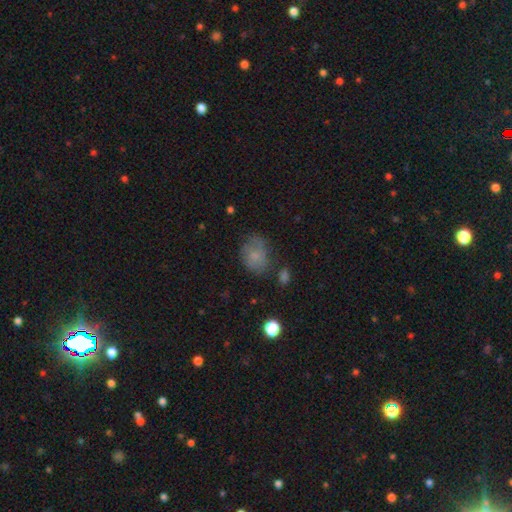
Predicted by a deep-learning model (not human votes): This appears to be a smooth galaxy with no disk features (71%) that is in between round and cigar-shaped (63%). Merging: none (54%).